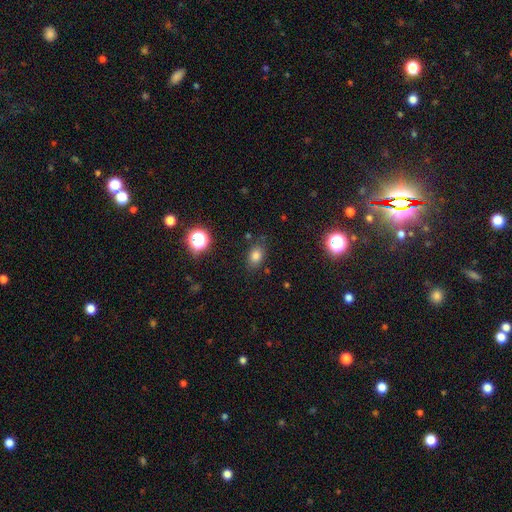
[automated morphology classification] This appears to be a smooth galaxy with no disk features (77%) that is in between round and cigar-shaped (71%). Merging: none (80%).